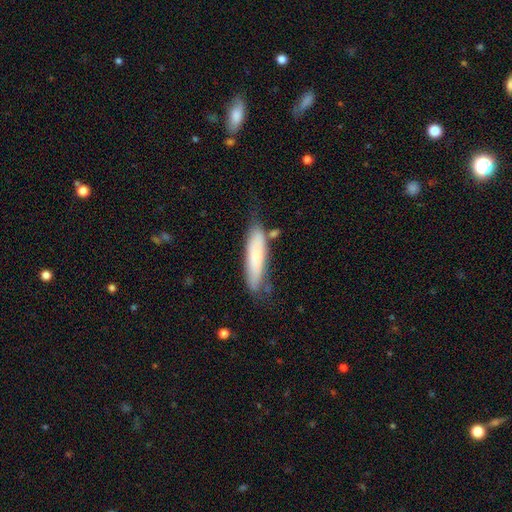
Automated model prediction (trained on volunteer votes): Overall: smooth (67%; featured or disk 27%). How rounded: cigar-shaped (74%). Merging: none (64%).